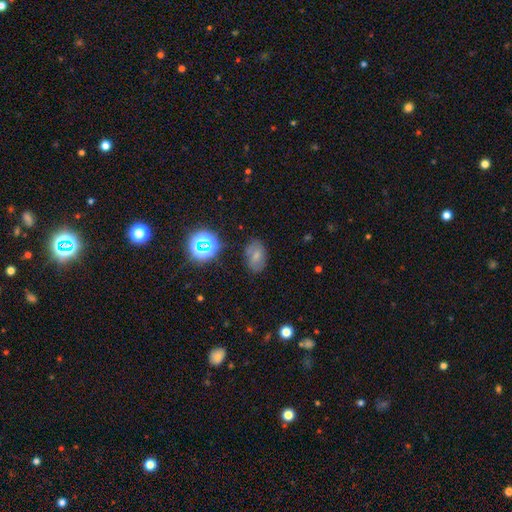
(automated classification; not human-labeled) Morphology: type=smooth (64%); roundness=in between (85%); merging=none (73%).